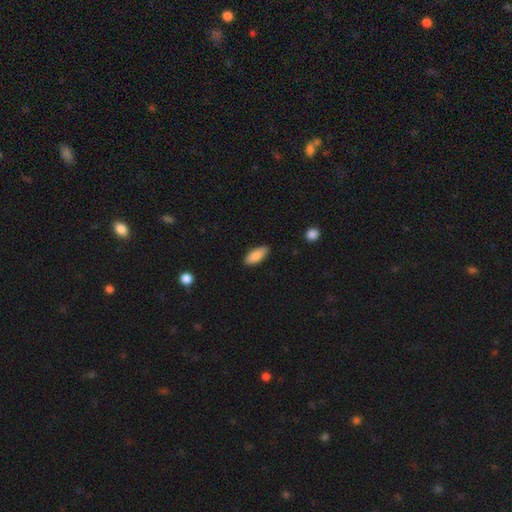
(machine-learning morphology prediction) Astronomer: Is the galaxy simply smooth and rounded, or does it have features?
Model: smooth — 87%.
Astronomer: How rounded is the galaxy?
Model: in between — 81%.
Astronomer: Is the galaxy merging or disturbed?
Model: none — 85%.